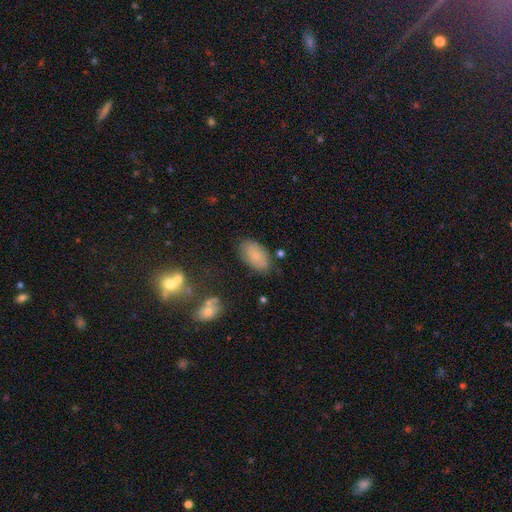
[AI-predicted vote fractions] Smooth or featured: smooth — 75% (featured or disk — 16%)
How rounded: in between — 94% (round — 4%)
Merging: none — 78% (minor disturbance — 16%)